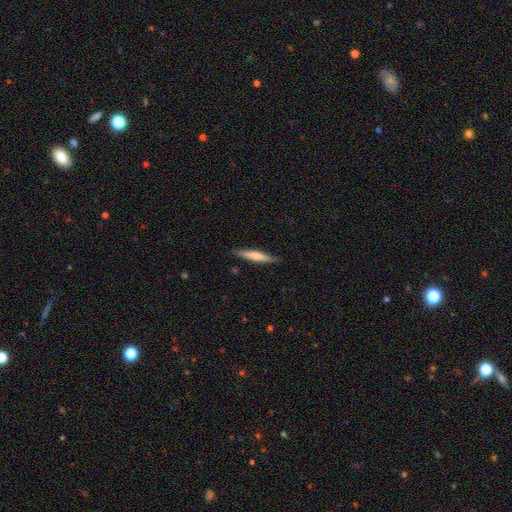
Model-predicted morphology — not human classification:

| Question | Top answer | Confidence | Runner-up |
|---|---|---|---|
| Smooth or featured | smooth | 54% | featured or disk (40%) |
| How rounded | cigar-shaped | 92% | in between (7%) |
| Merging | none | 88% | minor disturbance (9%) |